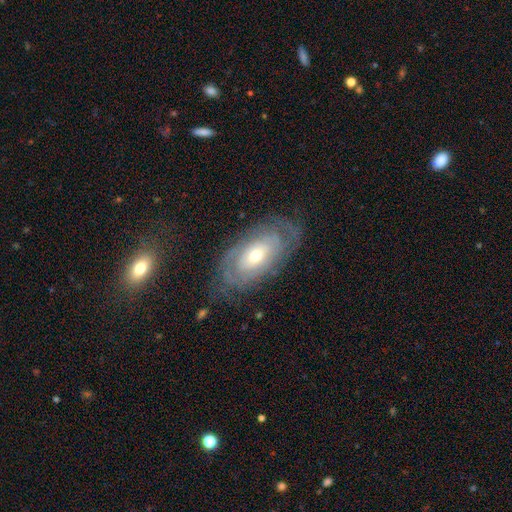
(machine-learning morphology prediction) This appears to be a featured or disk galaxy (67%) with no bar (77%), spiral arms (61%) and a moderate central bulge (50%). Merging: none (70%).